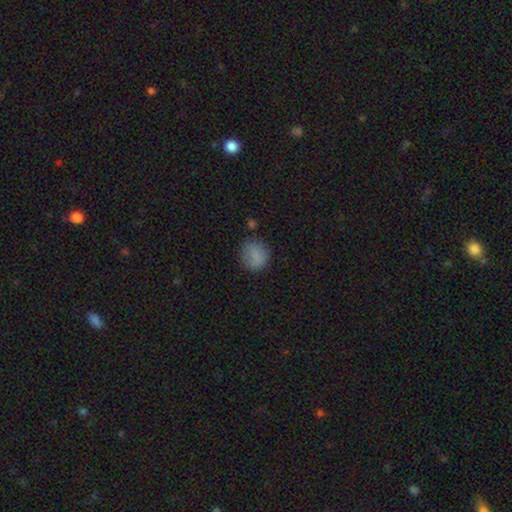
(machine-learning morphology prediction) A smooth galaxy with no disk features (83%) that is round (78%).

Vote fractions:
- Smooth or featured? smooth: 83% / star or artifact: 10% / featured or disk: 7%
- How rounded? round: 78% / in between: 21% / cigar-shaped: 1%
- Merging? none: 75% / minor disturbance: 17% / major disturbance: 5% / merger: 3%